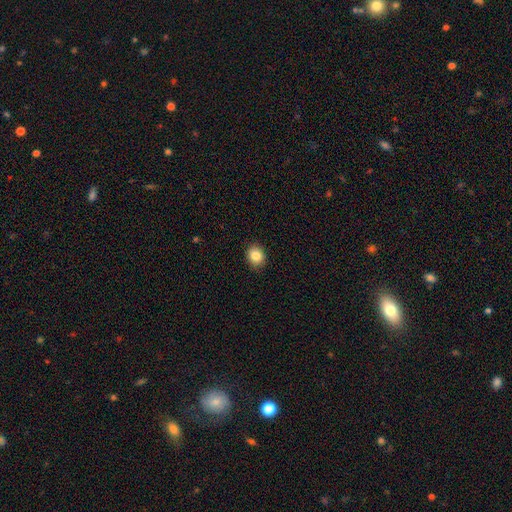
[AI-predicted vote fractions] The model was most divided on "how rounded": round: 61%, in between: 38%, cigar-shaped: 1%. More confident: merging — none (89%); smooth or featured — smooth (85%).